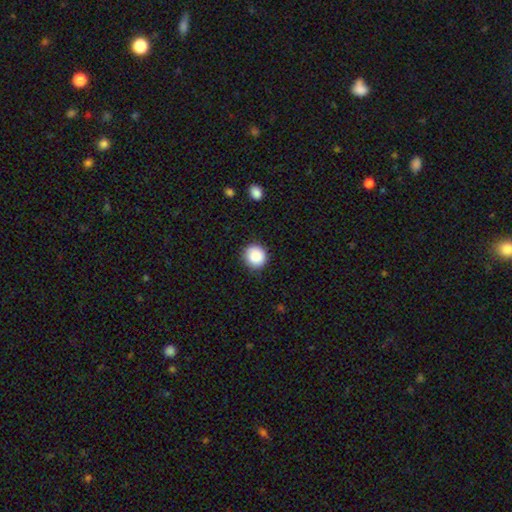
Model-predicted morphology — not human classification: Smooth or featured: smooth — 87% (star or artifact — 9%)
How rounded: round — 92% (in between — 7%)
Merging: none — 89% (minor disturbance — 8%)